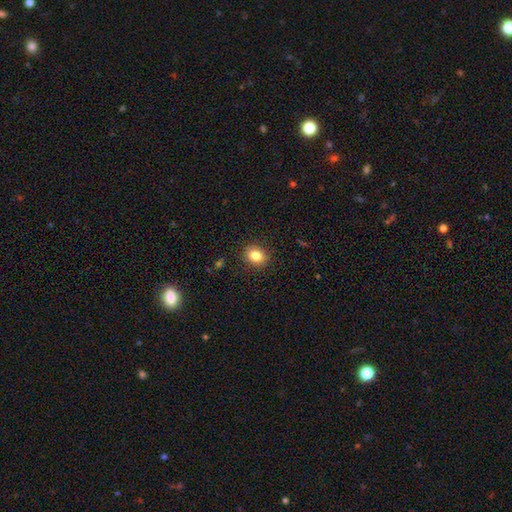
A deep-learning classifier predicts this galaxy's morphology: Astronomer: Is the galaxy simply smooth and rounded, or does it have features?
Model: smooth — 83%.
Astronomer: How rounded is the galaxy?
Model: round — 51% (runner-up: in between, 48%).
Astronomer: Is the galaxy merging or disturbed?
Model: none — 89%.